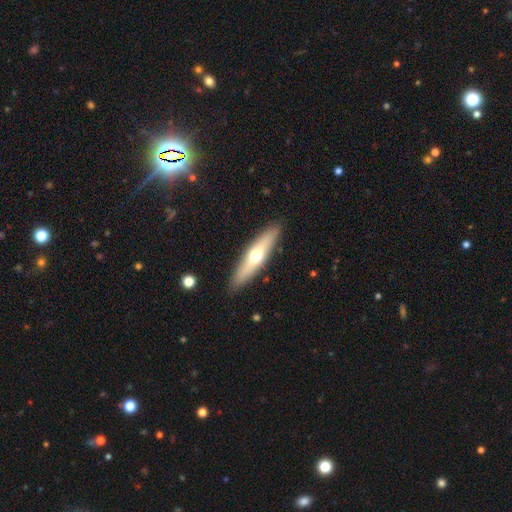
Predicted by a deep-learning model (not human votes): Morphology: type=smooth (52%); roundness=cigar-shaped (75%); merging=none (89%).